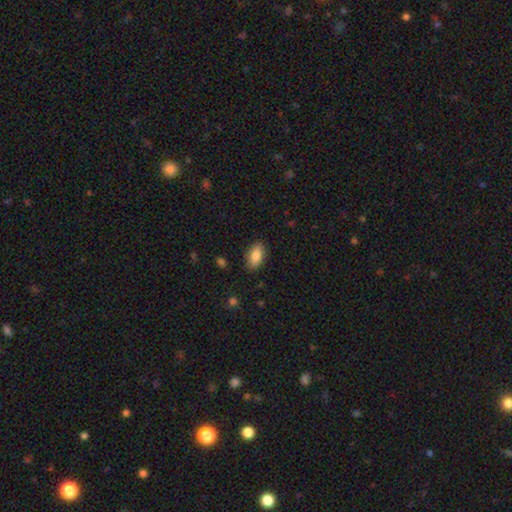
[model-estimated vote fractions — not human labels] This is clearly a smooth galaxy (84%). How rounded: clearly in between (91%). Merging: clearly none (87%).